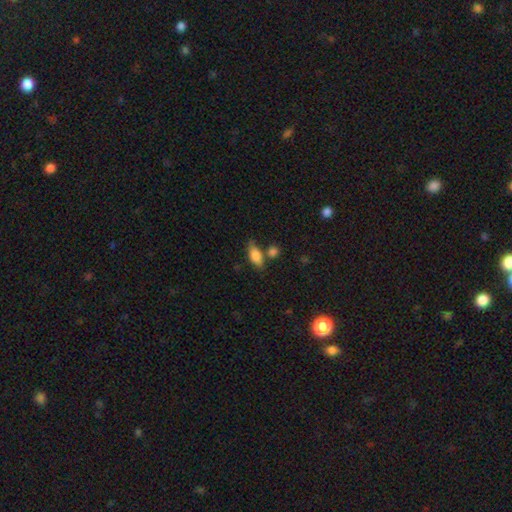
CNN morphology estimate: smooth_or_featured: smooth (p=0.79) [alt: featured or disk p=0.13]
how_rounded: in between (p=0.80) [alt: cigar-shaped p=0.16]
merging: none (p=0.62) [alt: minor disturbance p=0.19]